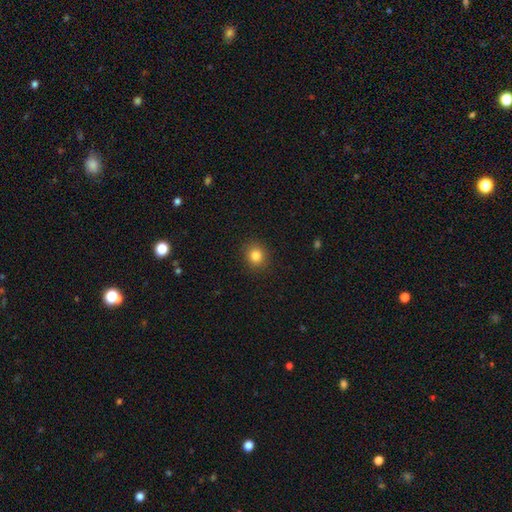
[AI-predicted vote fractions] This is clearly a smooth galaxy (83%). How rounded: clearly round (83%). Merging: clearly none (91%).